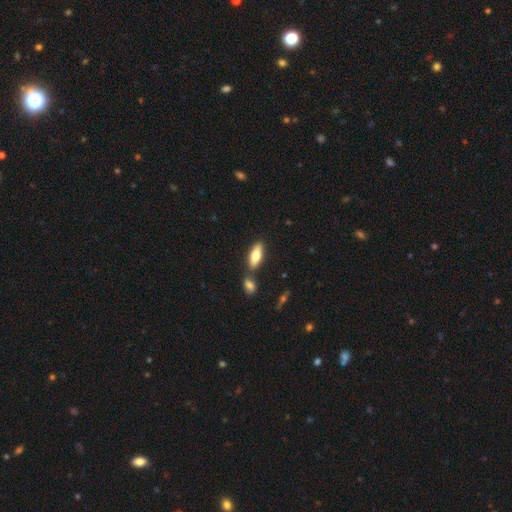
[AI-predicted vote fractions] Smooth or featured? Predicted: smooth (p=0.73). How rounded? Predicted: in between (p=0.72). Merging? Predicted: none (p=0.67).